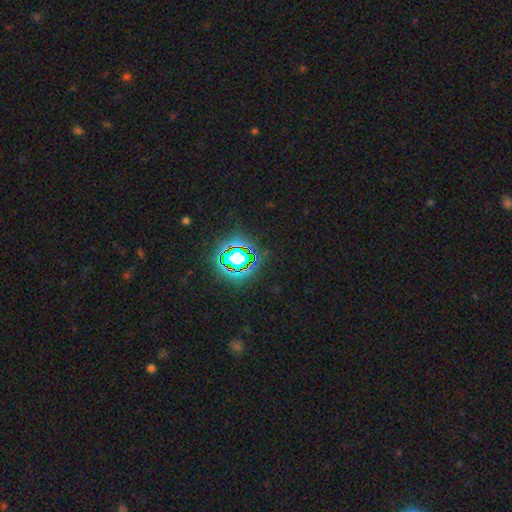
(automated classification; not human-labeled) Smooth or featured? star or artifact (80%)